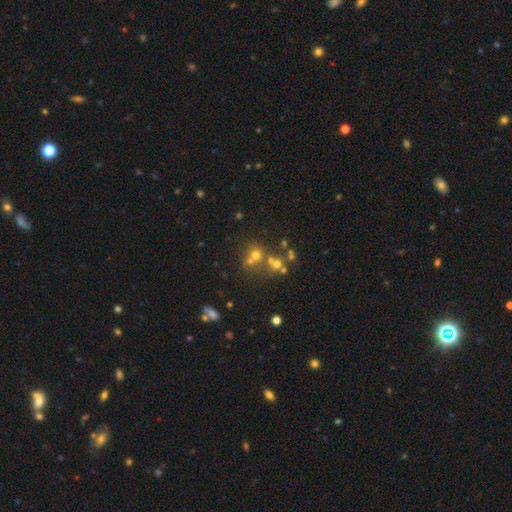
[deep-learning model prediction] Smooth or featured? smooth (52%)
How rounded? round (83%)
Merging? none (51%)